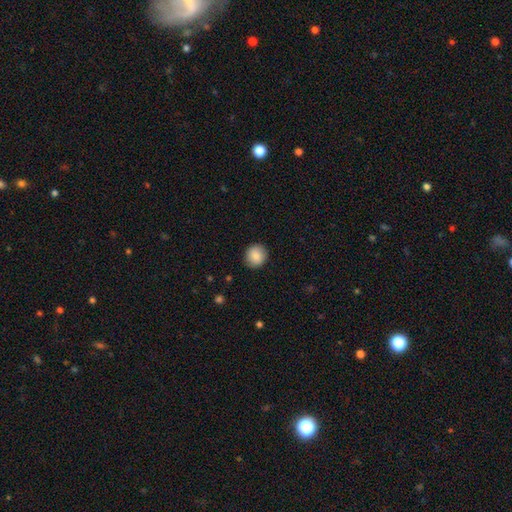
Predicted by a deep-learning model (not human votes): Smooth or featured? smooth (87%)
How rounded? round (88%)
Merging? none (90%)